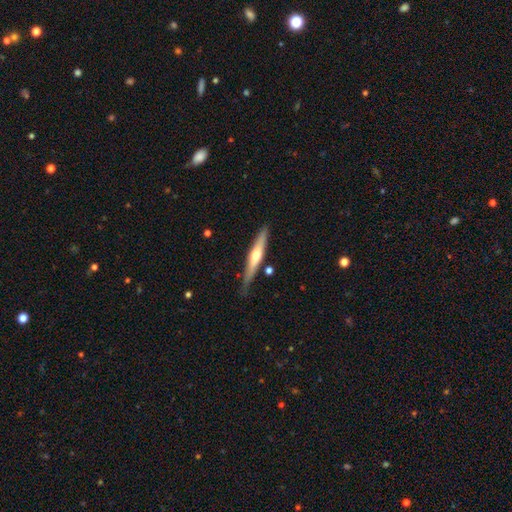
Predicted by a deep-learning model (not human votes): This is possibly a featured or disk galaxy (57%). It is clearly viewed edge-on (94%). Edge-on bulge: clearly rounded (87%). Merging: clearly none (80%).